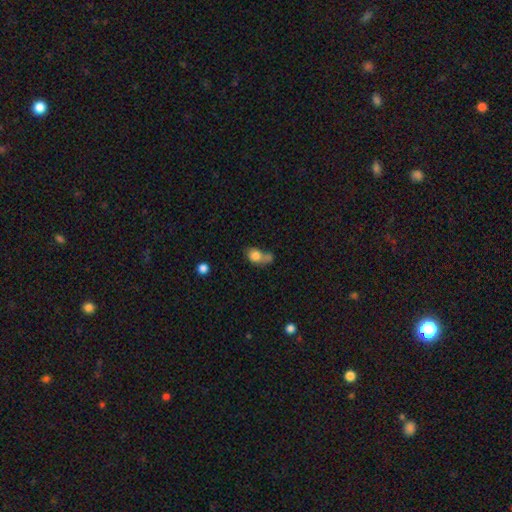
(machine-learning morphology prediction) Q: Smooth or featured?
A: smooth (78%); runner-up: featured or disk (12%)
Q: How rounded?
A: in between (50%); runner-up: round (48%)
Q: Merging?
A: merger (41%); runner-up: none (27%)